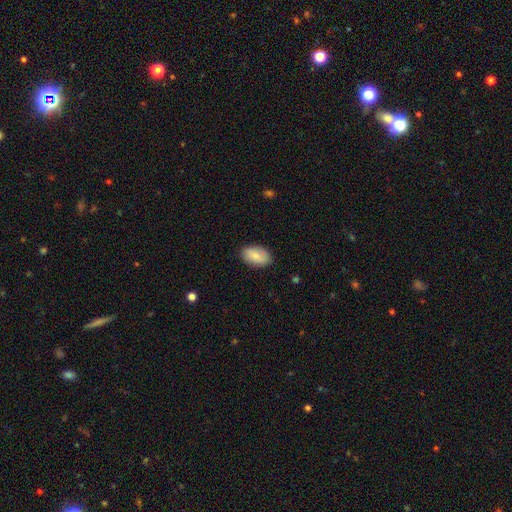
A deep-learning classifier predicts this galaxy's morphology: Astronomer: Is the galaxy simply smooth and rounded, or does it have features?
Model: smooth — 77%.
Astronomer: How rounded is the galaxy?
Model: in between — 91%.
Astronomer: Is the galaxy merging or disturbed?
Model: none — 85%.